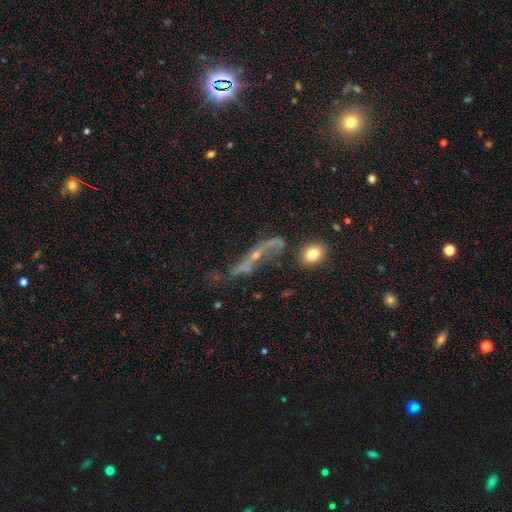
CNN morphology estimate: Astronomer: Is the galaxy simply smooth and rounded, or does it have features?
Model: featured or disk — 64%.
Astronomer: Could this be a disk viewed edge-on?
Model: no — 65%.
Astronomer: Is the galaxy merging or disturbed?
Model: none — 38% (runner-up: major disturbance, 30%).